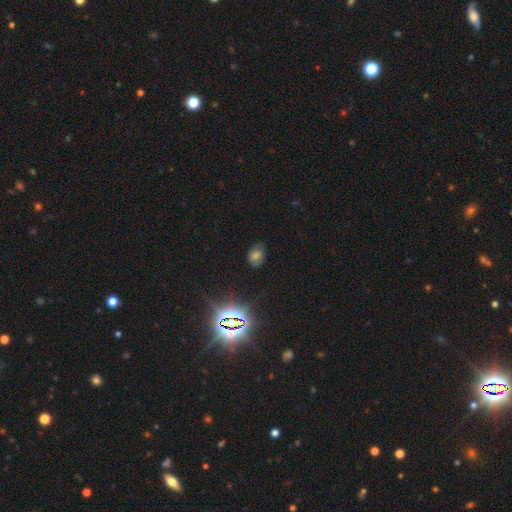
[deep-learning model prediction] Smooth or featured?
  - star or artifact: 49% *
  - smooth: 36%
  - featured or disk: 15%